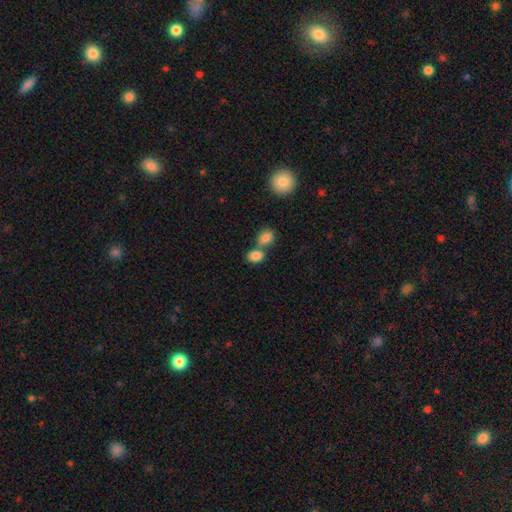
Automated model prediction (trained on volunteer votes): smooth 85%, star or artifact 9%, featured or disk 6%. Down the decision tree: how rounded — in between (70%); merging — merger (49%).